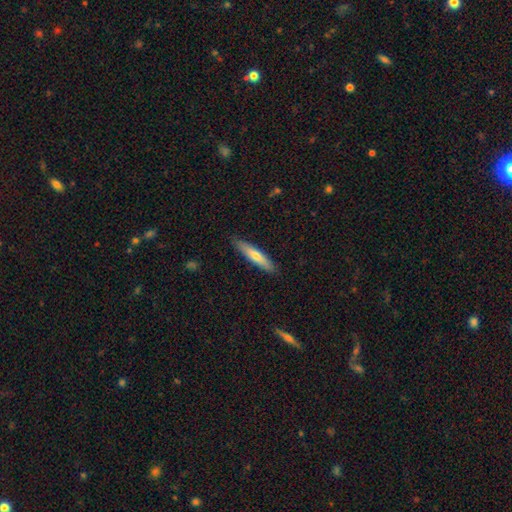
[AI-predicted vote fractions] Smooth or featured: smooth — 59% (featured or disk — 35%)
How rounded: cigar-shaped — 87% (in between — 12%)
Merging: none — 88% (minor disturbance — 9%)